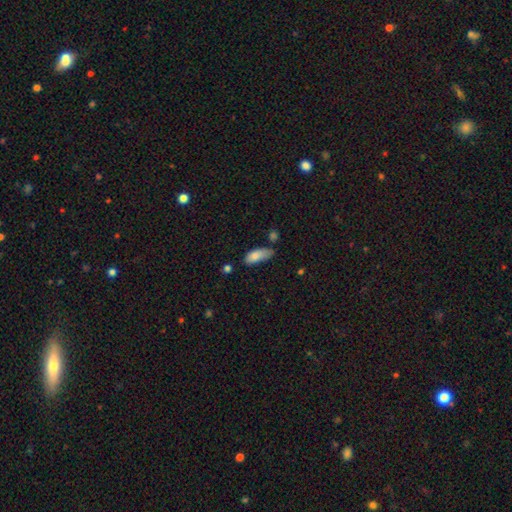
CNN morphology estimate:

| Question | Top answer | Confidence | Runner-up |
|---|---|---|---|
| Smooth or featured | smooth | 82% | featured or disk (11%) |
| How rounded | in between | 77% | cigar-shaped (20%) |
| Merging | none | 42% | minor disturbance (39%) |